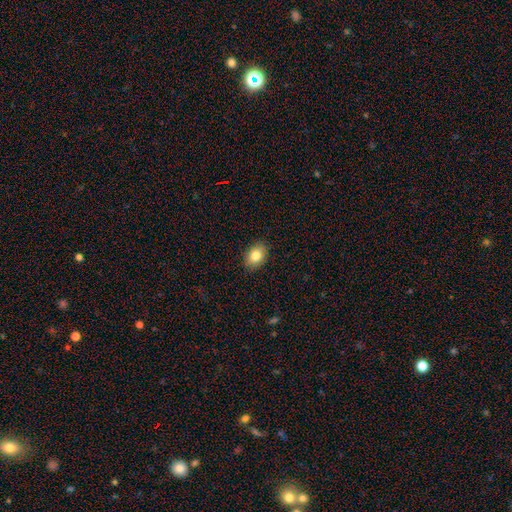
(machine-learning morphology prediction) smooth-or-featured: smooth: 82% | featured or disk: 10% | star or artifact: 8%
  how-rounded: in between: 81% | round: 18% | cigar-shaped: 1%
  merging: none: 88% | minor disturbance: 9% | major disturbance: 2% | merger: 1%